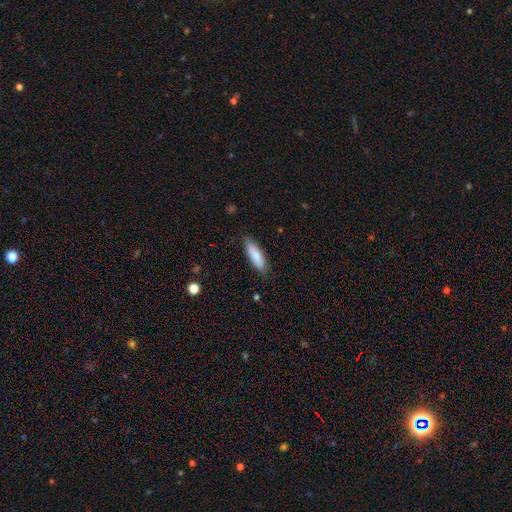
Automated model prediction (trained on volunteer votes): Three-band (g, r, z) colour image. It shows a smooth galaxy with no disk features (86%) that is cigar-shaped (50%). Merging: none (81%).